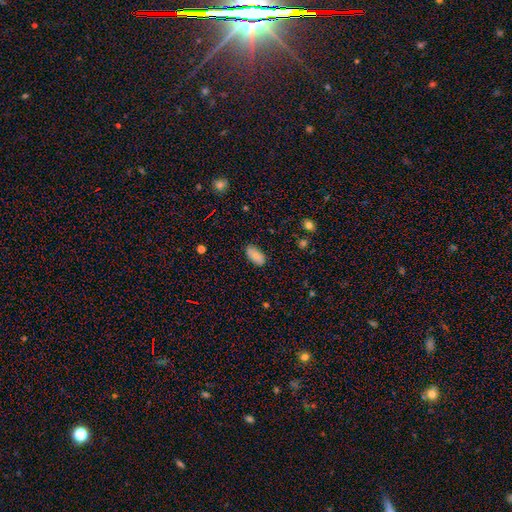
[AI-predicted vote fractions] Overall: smooth (79%). How rounded: in between (93%). Merging: none (81%).